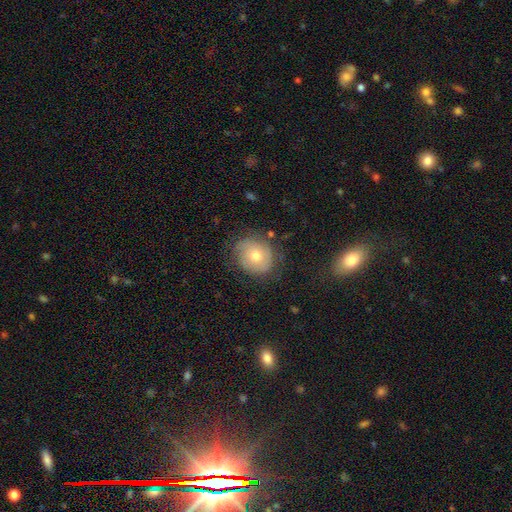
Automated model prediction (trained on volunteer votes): smooth-or-featured: smooth: 58% | featured or disk: 32% | star or artifact: 10%
  how-rounded: round: 69% | in between: 30% | cigar-shaped: 1%
  merging: none: 72% | minor disturbance: 20% | major disturbance: 7% | merger: 2%